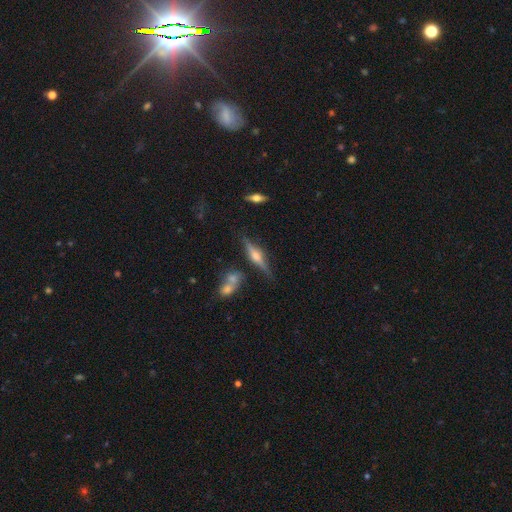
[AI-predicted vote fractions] Smooth or featured?
  - featured or disk: 76% *
  - smooth: 16%
  - star or artifact: 8%
Edge-on disk?
  - yes: 97% *
  - no: 3%
Edge-on bulge?
  - rounded: 89% *
  - boxy: 8%
  - none: 3%
Merging?
  - none: 77% *
  - minor disturbance: 12%
  - merger: 8%
  - major disturbance: 3%